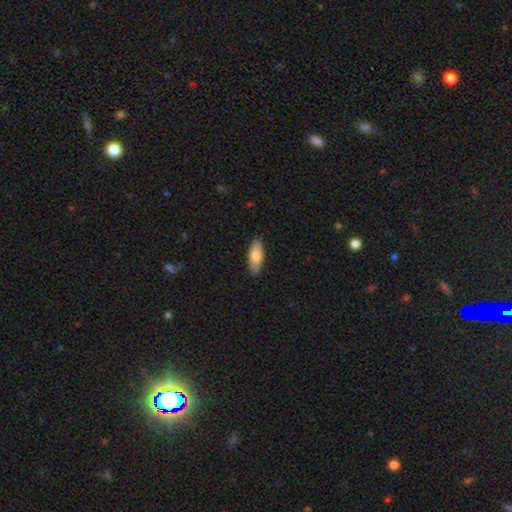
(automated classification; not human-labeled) Smooth or featured?
  - smooth: 80% *
  - featured or disk: 14%
  - star or artifact: 5%
How rounded?
  - in between: 77% *
  - cigar-shaped: 21%
  - round: 2%
Merging?
  - none: 87% *
  - minor disturbance: 10%
  - major disturbance: 2%
  - merger: 1%